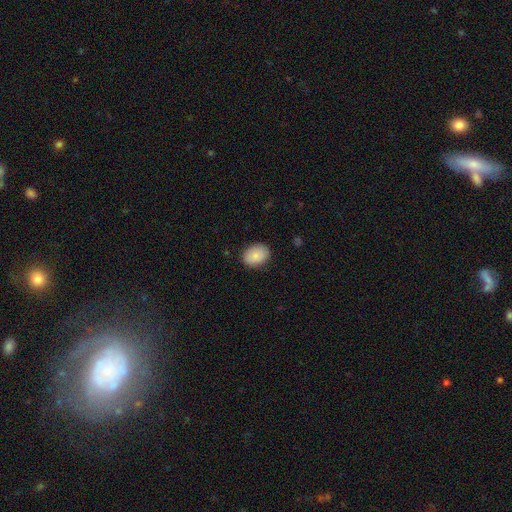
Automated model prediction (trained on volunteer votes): smooth_or_featured: smooth (p=0.88) [alt: star or artifact p=0.07]
how_rounded: in between (p=0.69) [alt: round p=0.30]
merging: none (p=0.87) [alt: minor disturbance p=0.10]